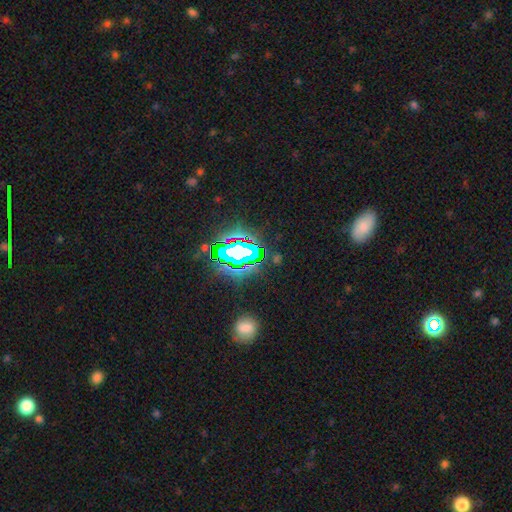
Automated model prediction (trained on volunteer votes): Morphology: type=star or artifact (79%).